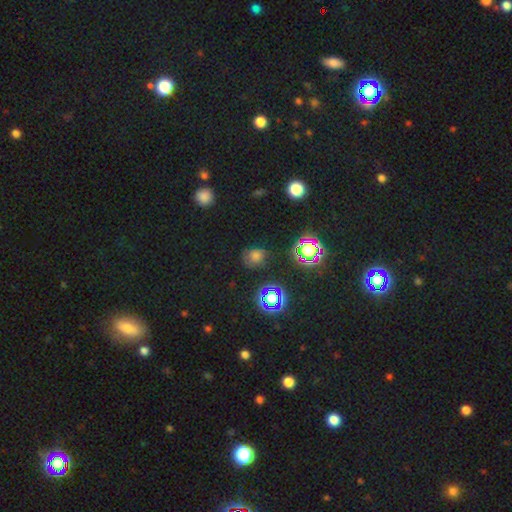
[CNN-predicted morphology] A smooth galaxy with no disk features (53%) that is round (75%). Merging: none (73%).